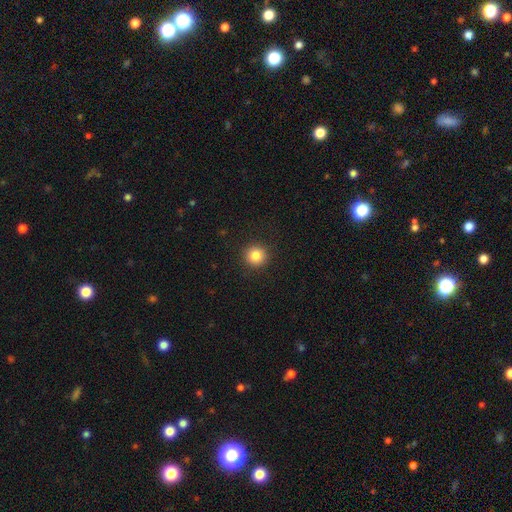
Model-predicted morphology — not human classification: The model was most divided on "smooth or featured": smooth: 85%, star or artifact: 10%, featured or disk: 5%. More confident: how rounded — round (94%); merging — none (92%).